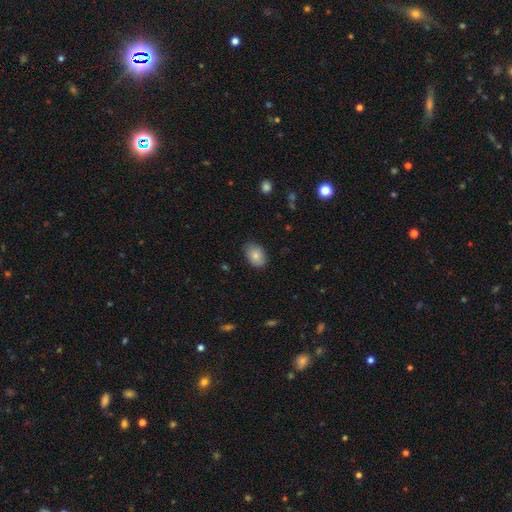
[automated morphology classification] A smooth galaxy with no disk features (82%) that is in between round and cigar-shaped (76%). Merging: none (80%).